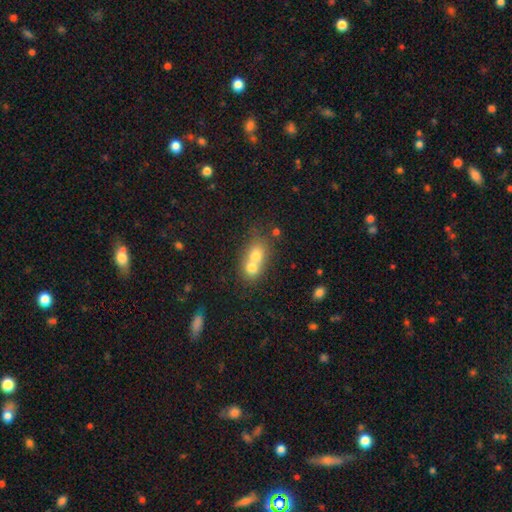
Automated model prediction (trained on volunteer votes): Overall: smooth (68%). How rounded: round (56%; in between 43%). Merging: merger (74%).